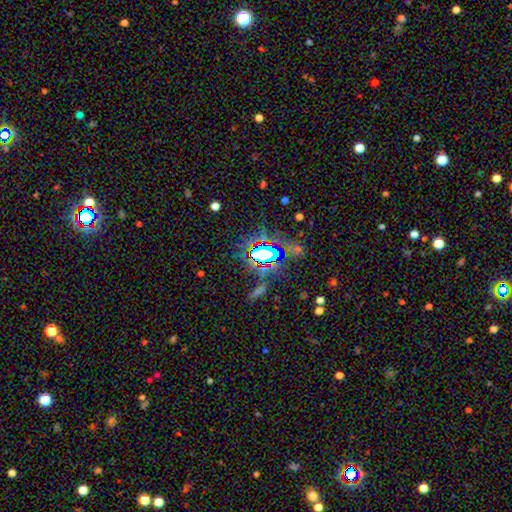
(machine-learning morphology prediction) smooth_or_featured: star or artifact (p=0.67) [alt: smooth p=0.21]